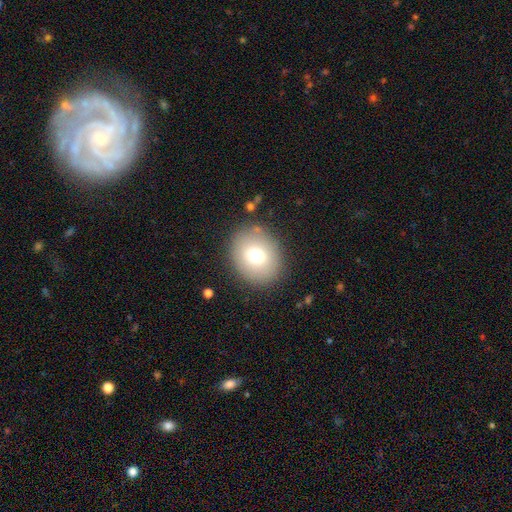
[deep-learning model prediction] smooth-or-featured: smooth: 73% | featured or disk: 15% | star or artifact: 12%
  how-rounded: round: 63% | in between: 36% | cigar-shaped: 1%
  merging: none: 86% | minor disturbance: 8% | major disturbance: 4% | merger: 2%